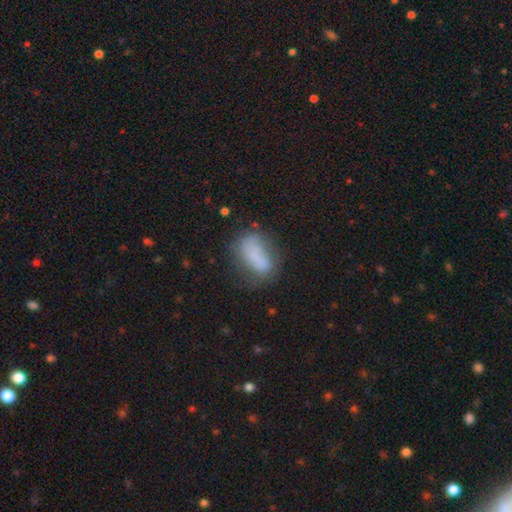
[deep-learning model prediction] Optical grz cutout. It shows a smooth galaxy with no disk features (71%) that is in between round and cigar-shaped (85%). Merging: none (45%).